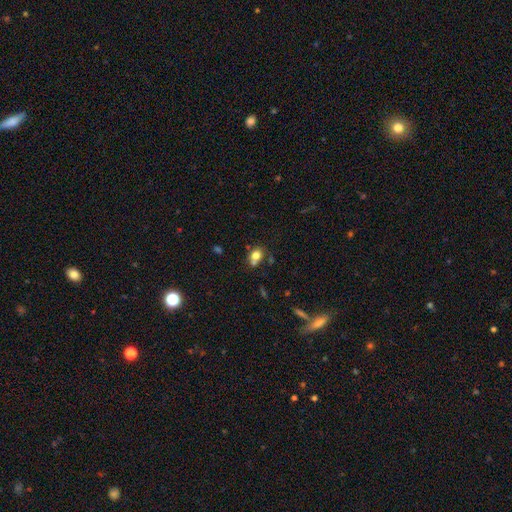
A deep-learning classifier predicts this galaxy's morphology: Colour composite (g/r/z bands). It shows a smooth galaxy with no disk features (77%) that is in between round and cigar-shaped (51%). Merging: none (54%).